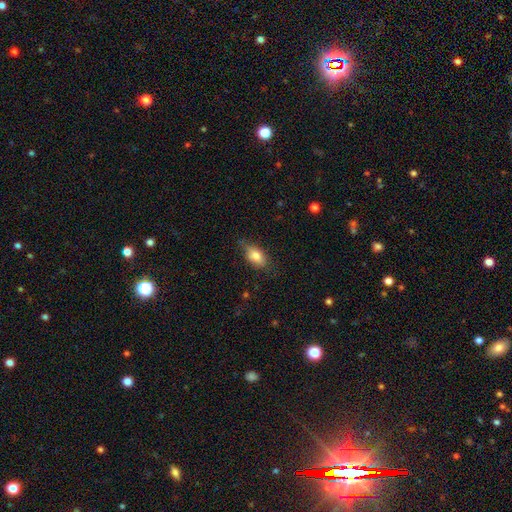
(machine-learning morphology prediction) This appears to be a smooth galaxy with no disk features (78%) that is in between round and cigar-shaped (87%). Merging: none (69%).